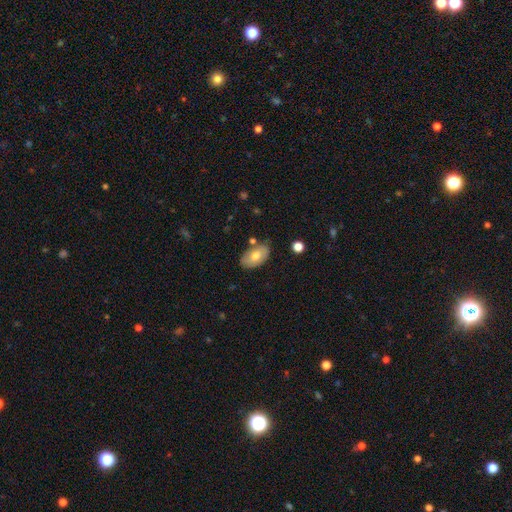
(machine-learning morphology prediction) type=smooth (71%); roundness=in between (93%); merging=none (71%).